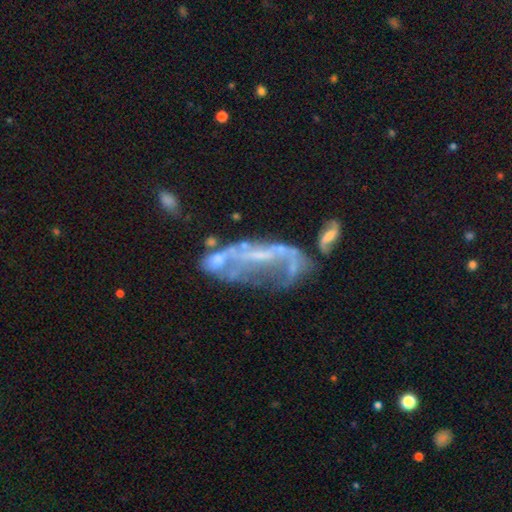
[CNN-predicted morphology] Smooth or featured: featured or disk — 71% (smooth — 15%)
Edge-on disk: no — 88% (yes — 12%)
Bar: no — 56% (weak — 25%)
Spiral arms: no — 61% (yes — 39%)
Bulge size: none — 49% (small — 36%)
Merging: major disturbance — 31% (merger — 28%)